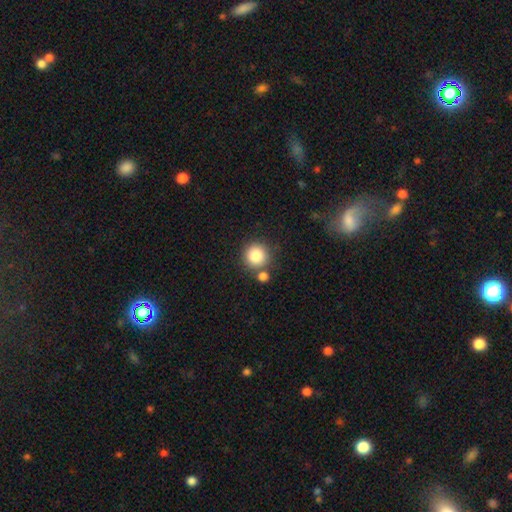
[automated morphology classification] A smooth galaxy with no disk features (84%) that is round (93%).

Vote fractions:
- Smooth or featured? smooth: 84% / star or artifact: 10% / featured or disk: 6%
- How rounded? round: 93% / in between: 6% / cigar-shaped: 1%
- Merging? none: 72% / merger: 16% / minor disturbance: 9% / major disturbance: 3%